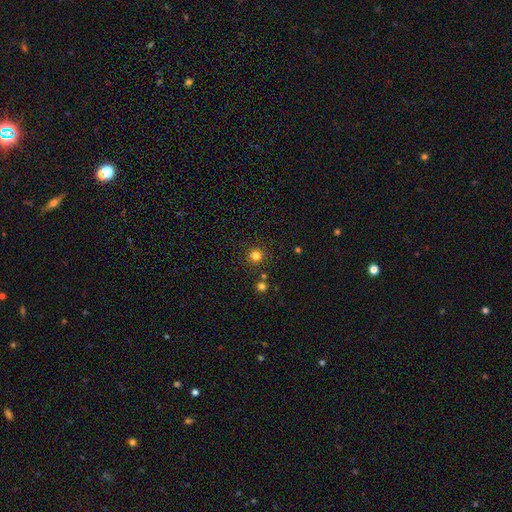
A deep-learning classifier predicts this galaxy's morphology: smooth 80%, star or artifact 15%, featured or disk 5%. Down the decision tree: how rounded — round (93%); merging — none (87%).